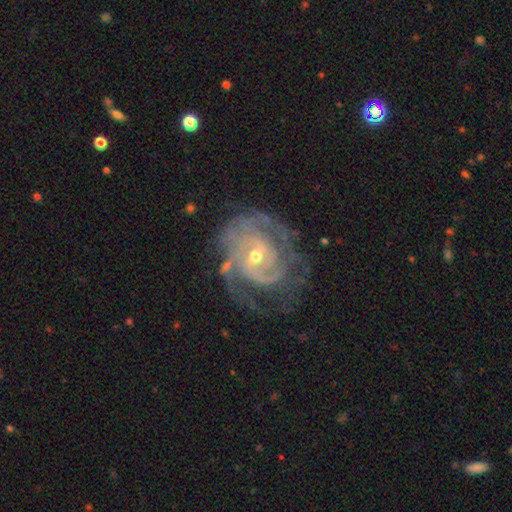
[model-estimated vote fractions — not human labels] Smooth or featured?
  - featured or disk: 89% *
  - star or artifact: 6%
  - smooth: 5%
Edge-on disk?
  - no: 97% *
  - yes: 3%
Bar?
  - no: 53% *
  - weak: 36%
  - strong: 11%
Spiral arms?
  - yes: 96% *
  - no: 4%
Spiral winding?
  - tight: 66% *
  - medium: 28%
  - loose: 6%
Spiral arm count?
  - 2: 32% *
  - can't tell: 28%
  - 3: 21%
  - 4: 8%
  - 1: 6%
  - more than 4: 5%
Bulge size?
  - small: 53% *
  - moderate: 43%
  - large: 1%
  - none: 1%
  - dominant: 1%
Merging?
  - none: 60% *
  - minor disturbance: 22%
  - major disturbance: 16%
  - merger: 2%